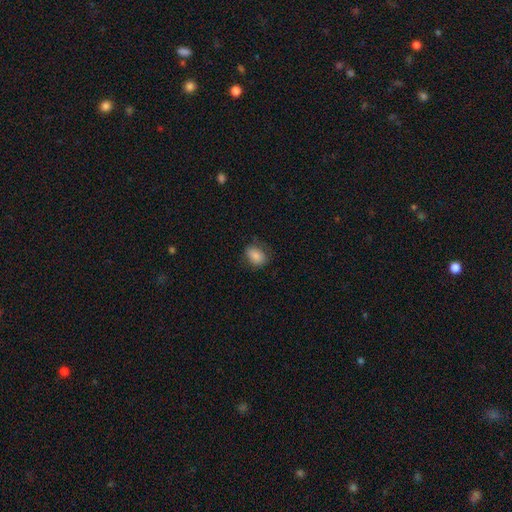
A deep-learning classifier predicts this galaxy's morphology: type=smooth (85%); roundness=in between (74%); merging=none (70%).